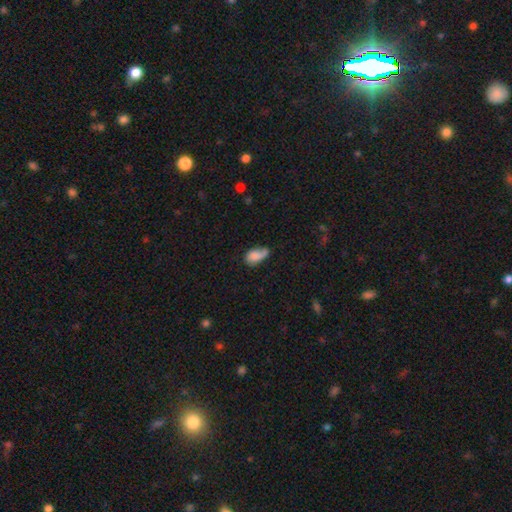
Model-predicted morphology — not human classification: A smooth galaxy with no disk features (74%) that is in between round and cigar-shaped (90%). Merging: none (38%).